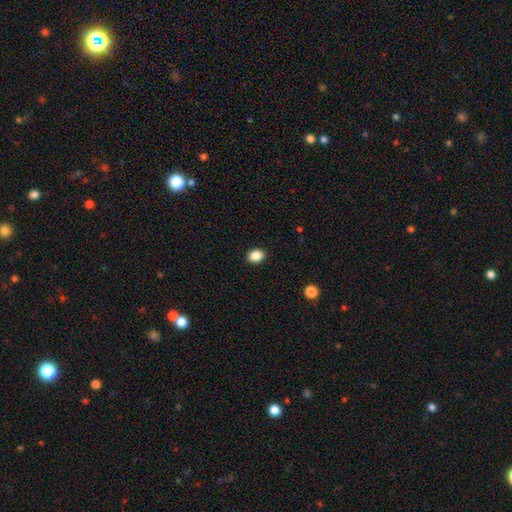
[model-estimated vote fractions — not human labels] Smooth or featured: smooth — 87% (star or artifact — 9%)
How rounded: in between — 56% (round — 43%)
Merging: none — 91% (minor disturbance — 6%)